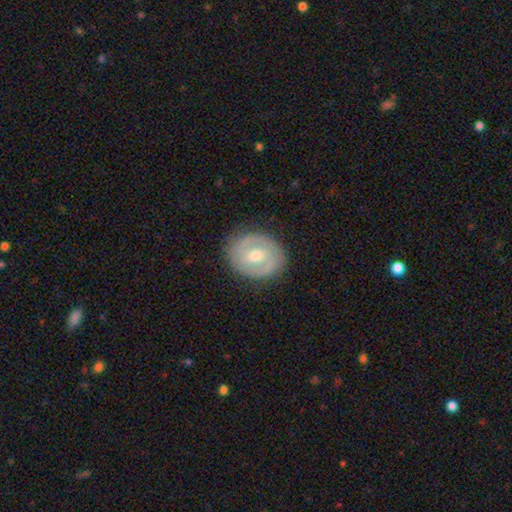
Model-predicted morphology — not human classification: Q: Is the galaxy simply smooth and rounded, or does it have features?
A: featured or disk — 72%.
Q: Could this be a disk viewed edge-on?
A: no — 97%.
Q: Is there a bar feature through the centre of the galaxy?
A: weak — 46%.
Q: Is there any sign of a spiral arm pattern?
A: yes — 77%.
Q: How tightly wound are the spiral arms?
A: tight — 56%.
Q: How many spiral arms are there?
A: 2 — 78%.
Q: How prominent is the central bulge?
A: moderate — 69%.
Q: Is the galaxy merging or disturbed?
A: none — 85%.